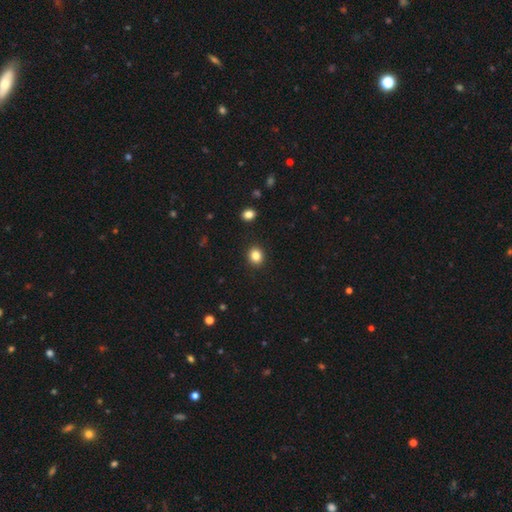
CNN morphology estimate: This is clearly a smooth galaxy (84%). How rounded: likely round (73%). Merging: clearly none (91%).